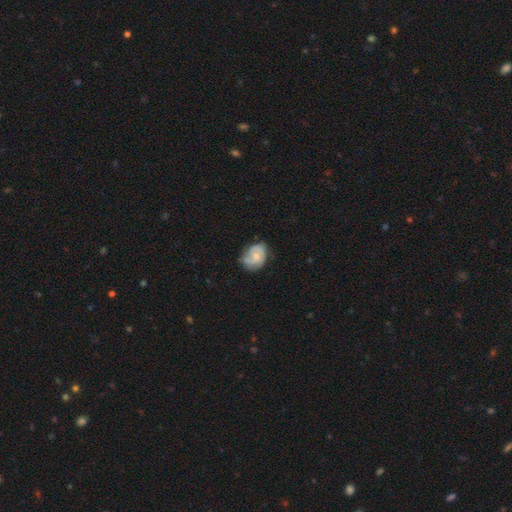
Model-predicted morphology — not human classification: type=featured or disk (62%); edge-on=no (98%); bar=no (65%); spiral arms=yes (86%); winding=tight (44%); arm count=2 (59%); bulge=small (52%); merging=none (57%).